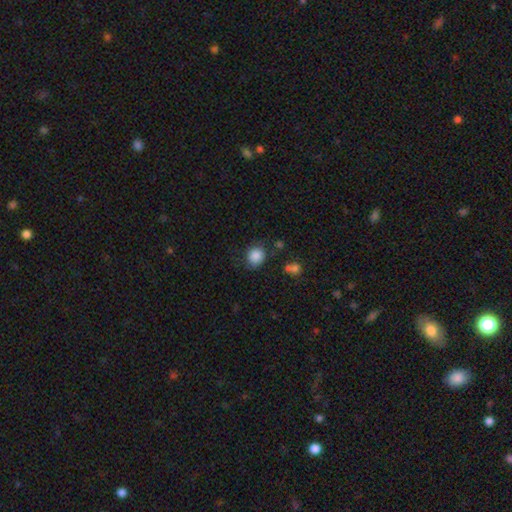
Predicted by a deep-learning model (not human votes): A smooth galaxy with no disk features (86%) that is round (82%). Merging: none (78%).